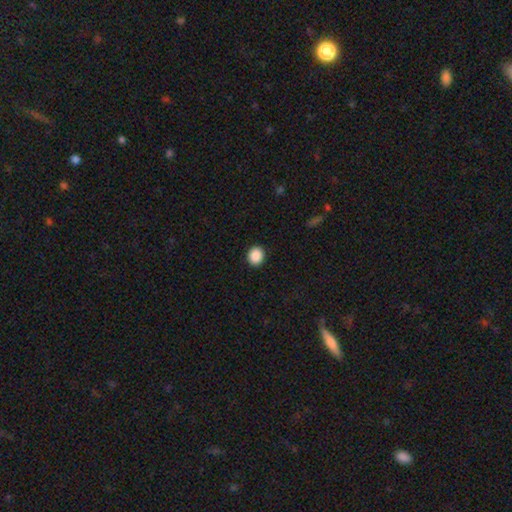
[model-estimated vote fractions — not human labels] Smooth or featured?
  - smooth: 89% *
  - star or artifact: 8%
  - featured or disk: 3%
How rounded?
  - round: 77% *
  - in between: 22%
  - cigar-shaped: 1%
Merging?
  - none: 92% *
  - minor disturbance: 5%
  - major disturbance: 2%
  - merger: 1%